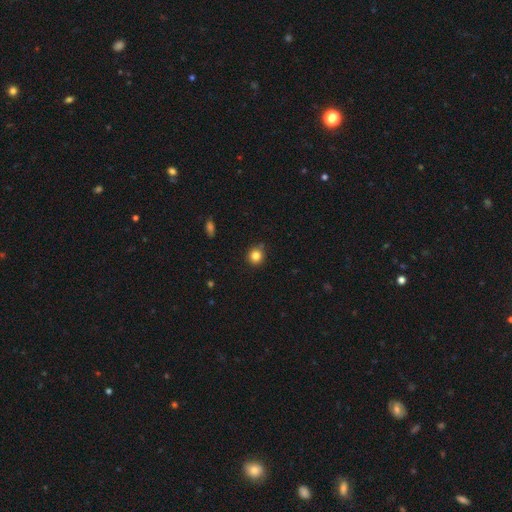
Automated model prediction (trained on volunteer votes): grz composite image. It shows a smooth galaxy with no disk features (83%) that is round (88%). Merging: none (84%).